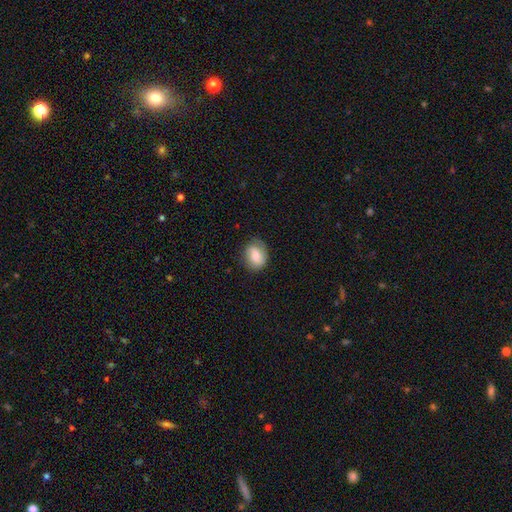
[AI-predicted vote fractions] A smooth galaxy with no disk features (63%) that is in between round and cigar-shaped (51%).

Vote fractions:
- Smooth or featured? smooth: 63% / featured or disk: 29% / star or artifact: 8%
- How rounded? in between: 51% / round: 48% / cigar-shaped: 1%
- Merging? none: 75% / minor disturbance: 19% / major disturbance: 5% / merger: 1%